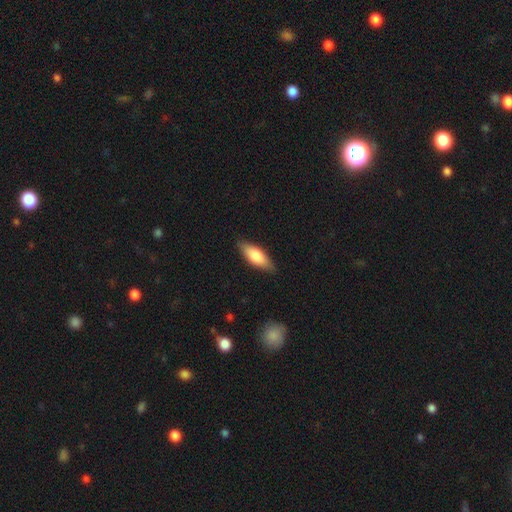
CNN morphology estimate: This appears to be a smooth galaxy with no disk features (77%) that is in between round and cigar-shaped (70%). Merging: none (85%).